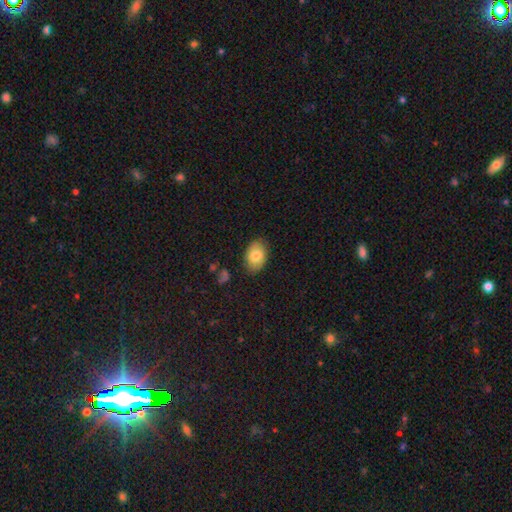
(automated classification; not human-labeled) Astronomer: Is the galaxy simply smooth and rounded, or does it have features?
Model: smooth — 81%.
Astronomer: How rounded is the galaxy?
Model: in between — 87%.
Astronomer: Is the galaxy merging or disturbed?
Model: none — 85%.